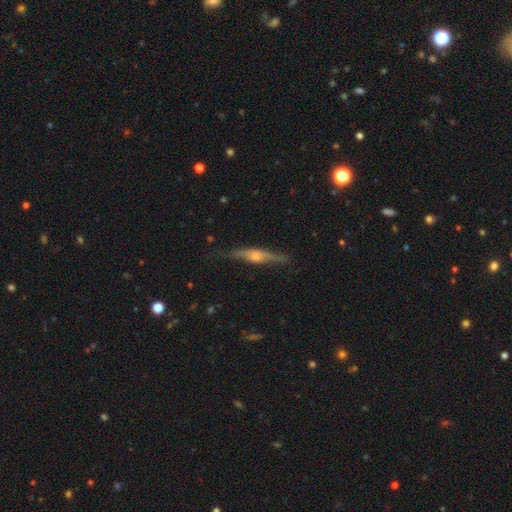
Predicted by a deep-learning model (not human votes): Morphology: type=featured or disk (74%); edge-on=yes (96%); edge-on bulge=rounded (85%); merging=none (81%).